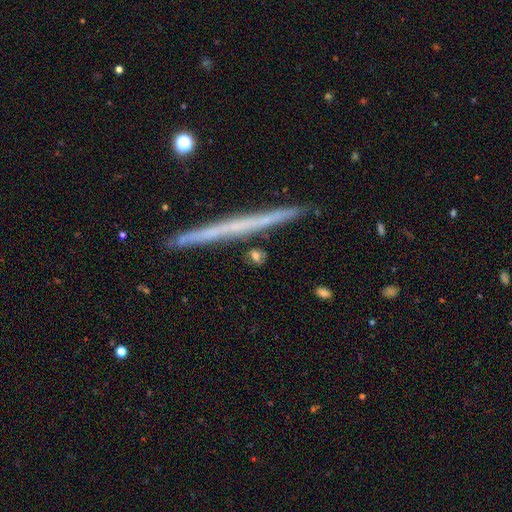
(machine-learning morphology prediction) Smooth or featured? Predicted: smooth (p=0.66). How rounded? Predicted: in between (p=0.38). Merging? Predicted: none (p=0.78).